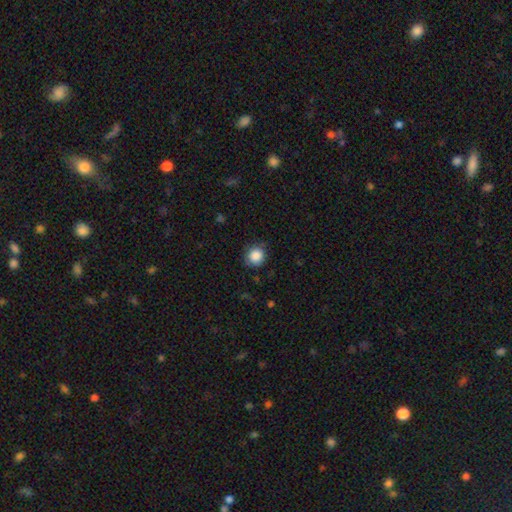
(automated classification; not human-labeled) A smooth galaxy with no disk features (87%) that is round (87%).

Vote fractions:
- Smooth or featured? smooth: 87% / star or artifact: 9% / featured or disk: 4%
- How rounded? round: 87% / in between: 12% / cigar-shaped: 1%
- Merging? none: 80% / minor disturbance: 15% / major disturbance: 3% / merger: 1%